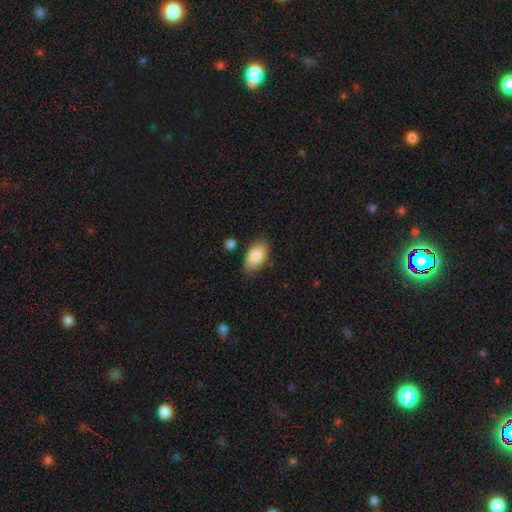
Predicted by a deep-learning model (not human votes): smooth_or_featured: smooth (p=0.84) [alt: featured or disk p=0.09]
how_rounded: in between (p=0.94) [alt: round p=0.04]
merging: none (p=0.80) [alt: minor disturbance p=0.15]